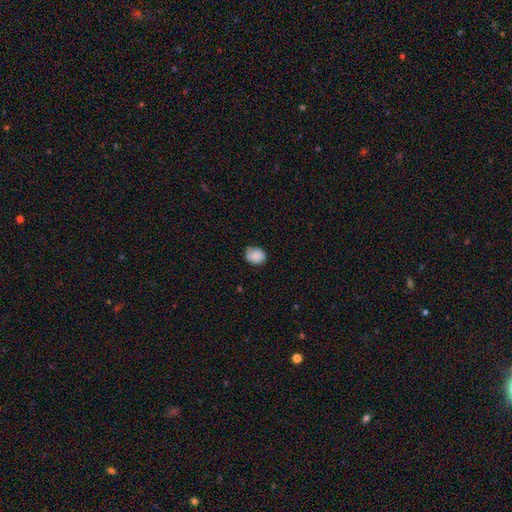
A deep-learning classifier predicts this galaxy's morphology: Q: Smooth or featured?
A: smooth (85%); runner-up: star or artifact (8%)
Q: How rounded?
A: round (58%); runner-up: in between (41%)
Q: Merging?
A: none (70%); runner-up: minor disturbance (25%)